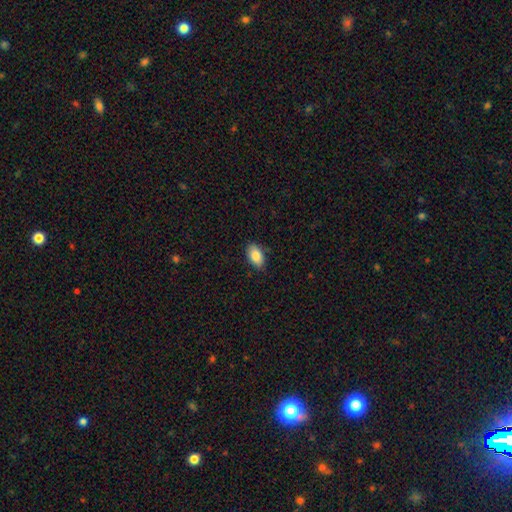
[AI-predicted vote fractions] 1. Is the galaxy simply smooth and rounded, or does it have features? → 86% smooth, 7% star or artifact, 7% featured or disk.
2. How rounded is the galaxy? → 92% in between, 6% round, 2% cigar-shaped.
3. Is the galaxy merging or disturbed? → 84% none, 12% minor disturbance, 2% major disturbance, 1% merger.